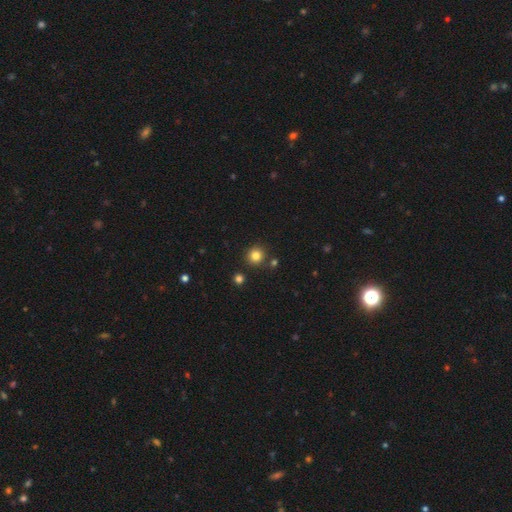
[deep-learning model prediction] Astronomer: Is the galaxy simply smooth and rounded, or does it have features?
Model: smooth — 82%.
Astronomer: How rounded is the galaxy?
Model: round — 92%.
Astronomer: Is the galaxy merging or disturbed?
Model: none — 86%.